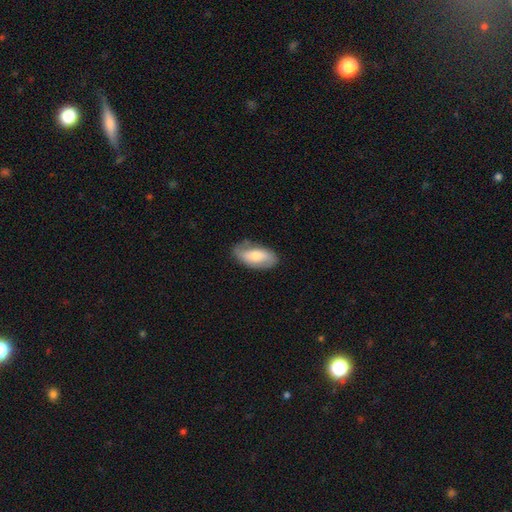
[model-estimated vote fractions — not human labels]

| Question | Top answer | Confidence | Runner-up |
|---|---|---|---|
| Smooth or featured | smooth | 55% | featured or disk (39%) |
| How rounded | in between | 92% | cigar-shaped (5%) |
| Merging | none | 74% | minor disturbance (20%) |